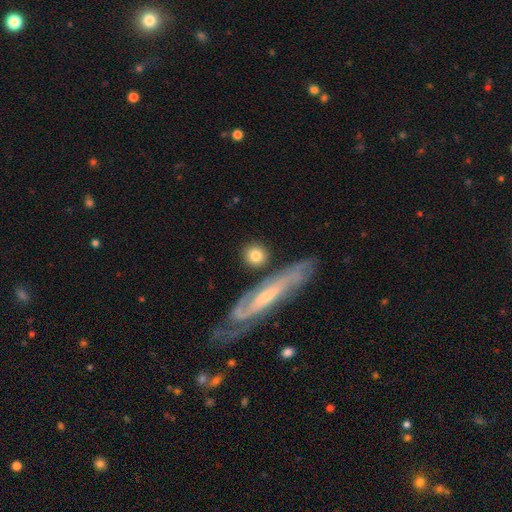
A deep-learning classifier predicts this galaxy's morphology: smooth-or-featured: smooth: 78% | featured or disk: 16% | star or artifact: 6%
  how-rounded: round: 86% | in between: 8% | cigar-shaped: 6%
  merging: none: 81% | minor disturbance: 9% | merger: 7% | major disturbance: 3%